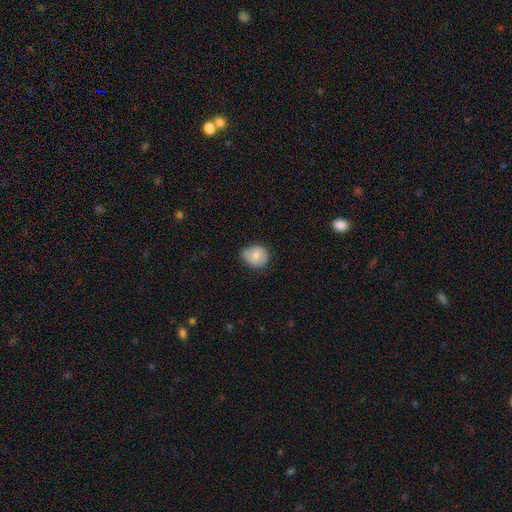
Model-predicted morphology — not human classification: Q: Smooth or featured?
A: smooth (69%); runner-up: featured or disk (24%)
Q: How rounded?
A: round (74%); runner-up: in between (25%)
Q: Merging?
A: none (68%); runner-up: minor disturbance (26%)